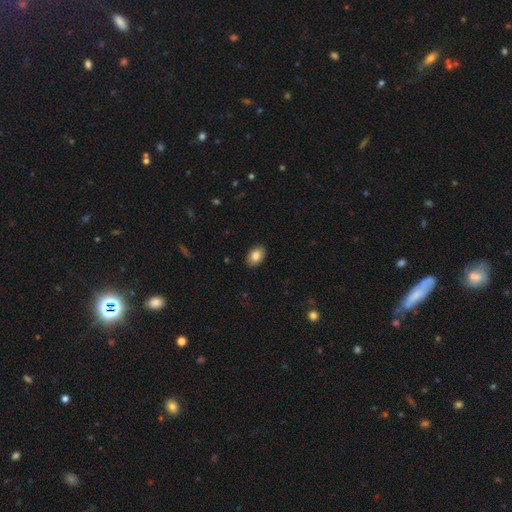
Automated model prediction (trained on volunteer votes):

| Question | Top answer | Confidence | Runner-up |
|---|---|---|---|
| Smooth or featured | smooth | 84% | featured or disk (8%) |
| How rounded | in between | 87% | round (11%) |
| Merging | none | 89% | minor disturbance (8%) |